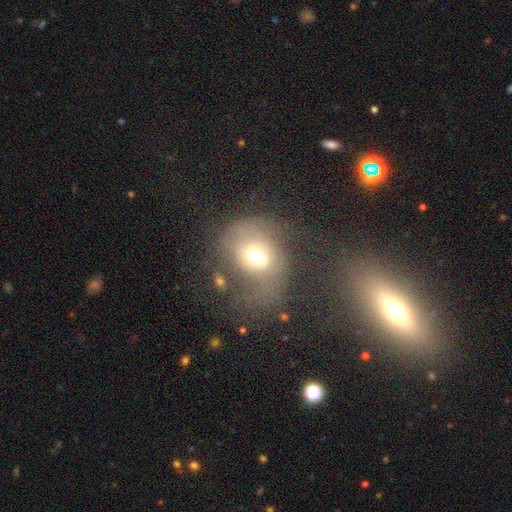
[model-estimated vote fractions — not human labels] Q: Smooth or featured?
A: smooth (56%); runner-up: featured or disk (30%)
Q: How rounded?
A: round (58%); runner-up: in between (41%)
Q: Merging?
A: major disturbance (39%); runner-up: none (33%)